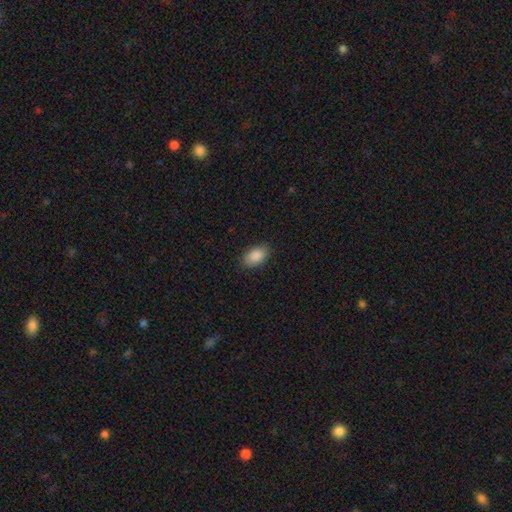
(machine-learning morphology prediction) This appears to be a smooth galaxy with no disk features (89%) that is in between round and cigar-shaped (92%). Merging: none (87%).